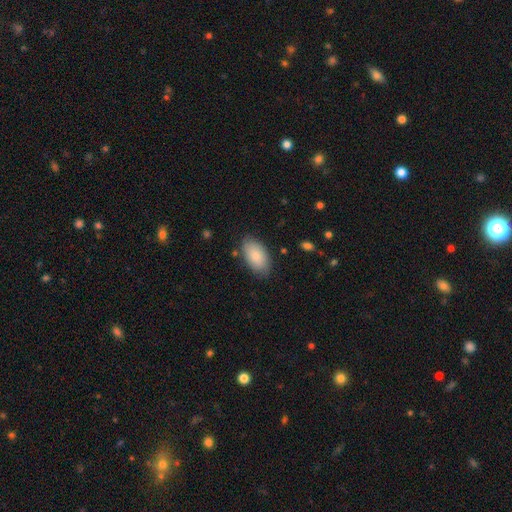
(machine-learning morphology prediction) The model was most divided on "merging": none: 80%, minor disturbance: 15%, major disturbance: 3%, merger: 2%. More confident: how rounded — in between (95%); smooth or featured — smooth (84%).